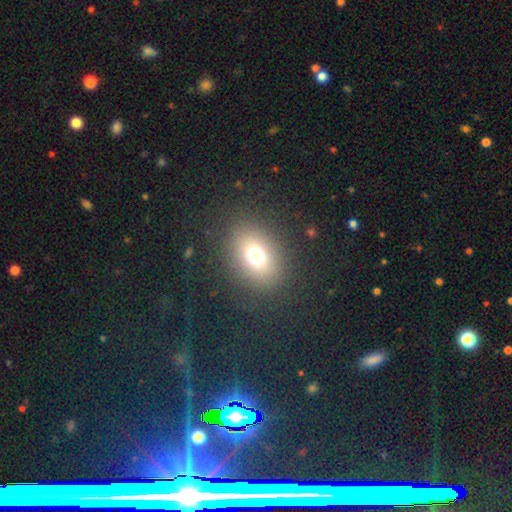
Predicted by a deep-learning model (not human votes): Overall: smooth (70%). How rounded: in between (56%; round 42%). Merging: none (84%).